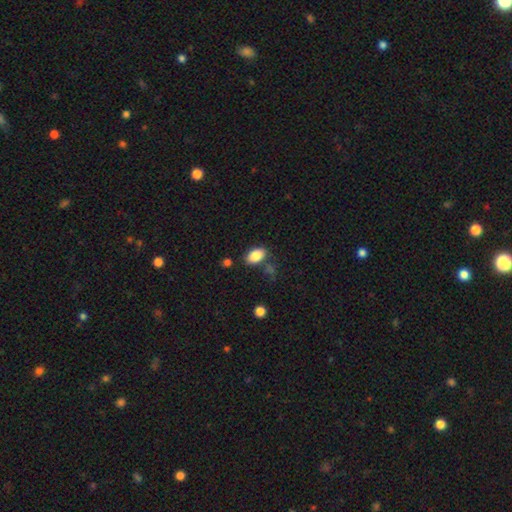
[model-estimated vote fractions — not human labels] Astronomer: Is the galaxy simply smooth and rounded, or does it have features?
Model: smooth — 86%.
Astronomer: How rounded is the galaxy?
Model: in between — 91%.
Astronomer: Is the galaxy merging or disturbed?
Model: none — 74%.